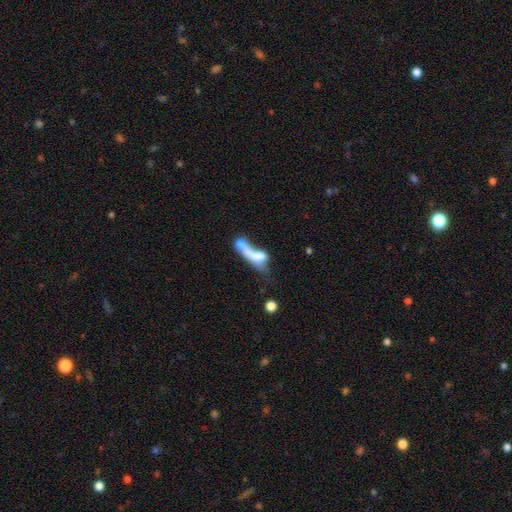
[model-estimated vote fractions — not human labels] Smooth or featured? Predicted: smooth (p=0.55). How rounded? Predicted: cigar-shaped (p=0.49). Merging? Predicted: merger (p=0.47).